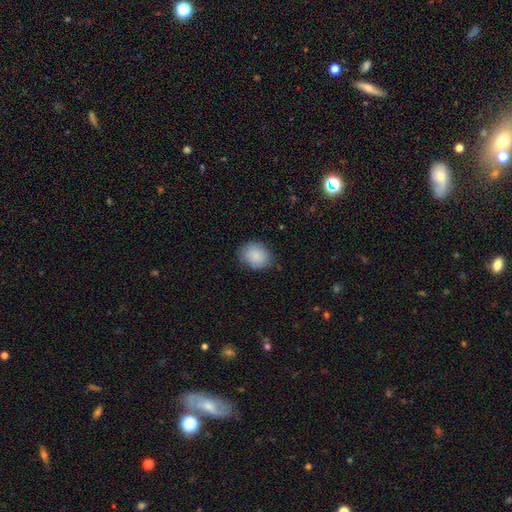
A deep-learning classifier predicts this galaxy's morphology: smooth_or_featured: smooth (p=0.87) [alt: star or artifact p=0.07]
how_rounded: round (p=0.50) [alt: in between p=0.49]
merging: none (p=0.76) [alt: minor disturbance p=0.19]